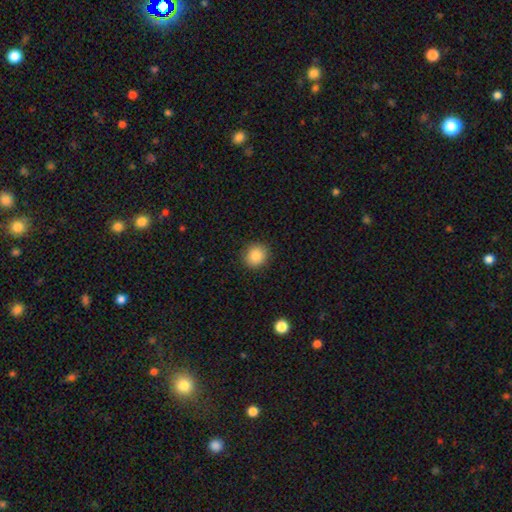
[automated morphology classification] Smooth or featured? Predicted: smooth (p=0.86). How rounded? Predicted: round (p=0.89). Merging? Predicted: none (p=0.90).